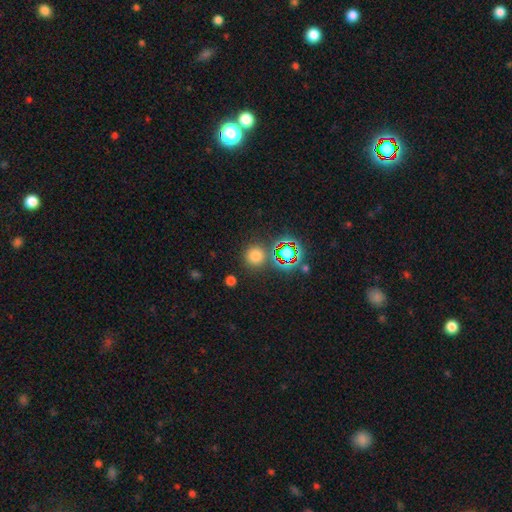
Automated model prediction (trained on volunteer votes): Smooth or featured? smooth (70%)
How rounded? round (93%)
Merging? none (82%)